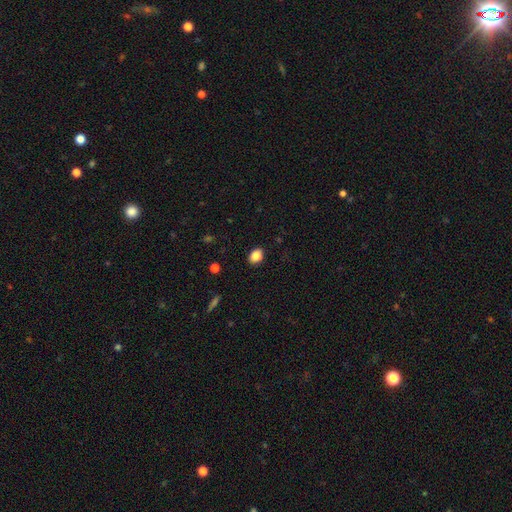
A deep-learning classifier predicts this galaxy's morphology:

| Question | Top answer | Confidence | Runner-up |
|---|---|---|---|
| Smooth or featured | smooth | 86% | star or artifact (9%) |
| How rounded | in between | 71% | round (28%) |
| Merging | none | 87% | minor disturbance (10%) |